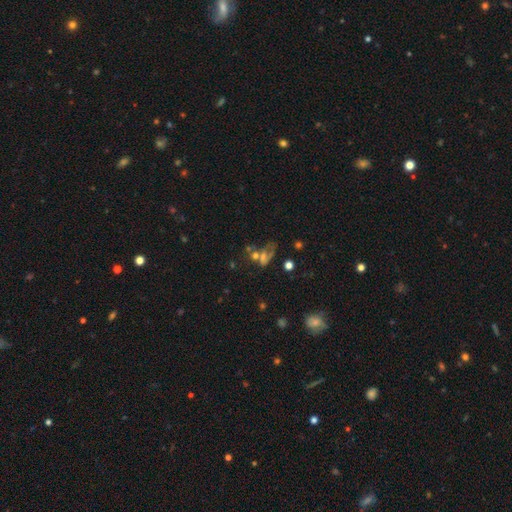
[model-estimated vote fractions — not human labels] This appears to be a star or artifact, not a galaxy (41%).